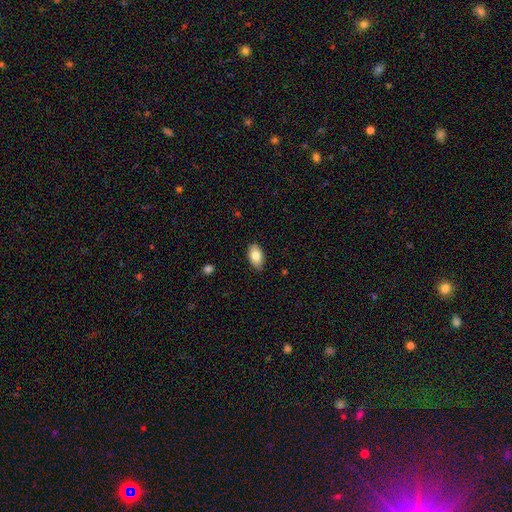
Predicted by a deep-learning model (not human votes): The model was most divided on "merging": none: 84%, minor disturbance: 13%, major disturbance: 2%, merger: 1%. More confident: how rounded — in between (93%); smooth or featured — smooth (82%).